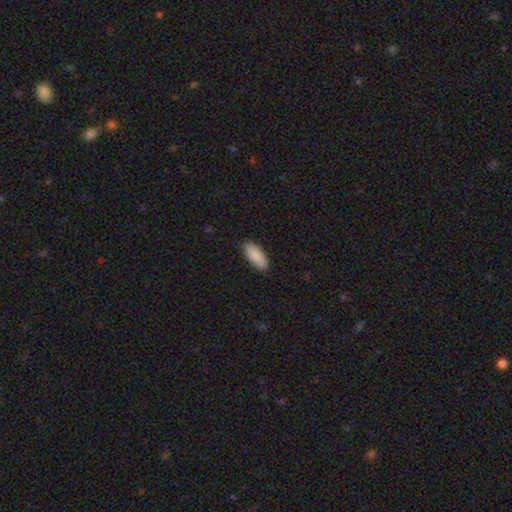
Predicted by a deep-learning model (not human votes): Overall: smooth (89%). How rounded: in between (83%). Merging: none (86%).